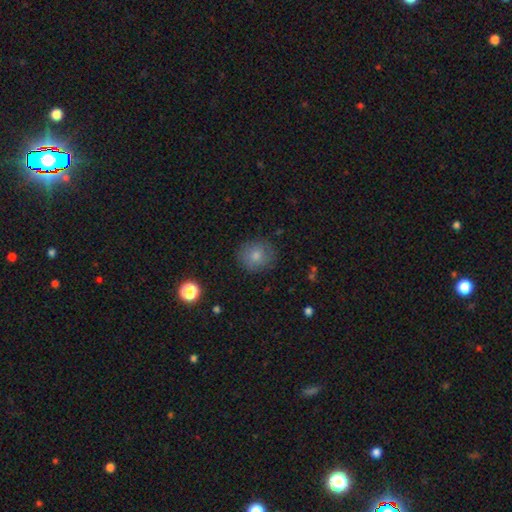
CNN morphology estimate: smooth-or-featured: smooth: 78% | featured or disk: 13% | star or artifact: 9%
  how-rounded: round: 83% | in between: 16% | cigar-shaped: 1%
  merging: none: 81% | minor disturbance: 14% | major disturbance: 4% | merger: 1%